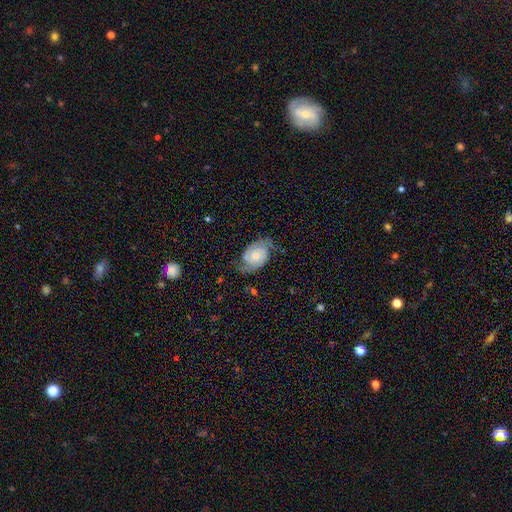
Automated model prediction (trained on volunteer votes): smooth-or-featured: featured or disk: 80% | smooth: 13% | star or artifact: 7%
  disk-edge-on: no: 97% | yes: 3%
    bar: no: 72% | weak: 24% | strong: 4%
    has-spiral-arms: yes: 96% | no: 4%
      spiral-winding: tight: 44% | medium: 41% | loose: 15%
      spiral-arm-count: 2: 89% | can't tell: 5% | 3: 2% | 1: 2% | 4: 1% | more than 4: 1%
    bulge-size: small: 49% | moderate: 39% | none: 6% | large: 5% | dominant: 2%
  merging: none: 69% | minor disturbance: 21% | major disturbance: 9% | merger: 1%